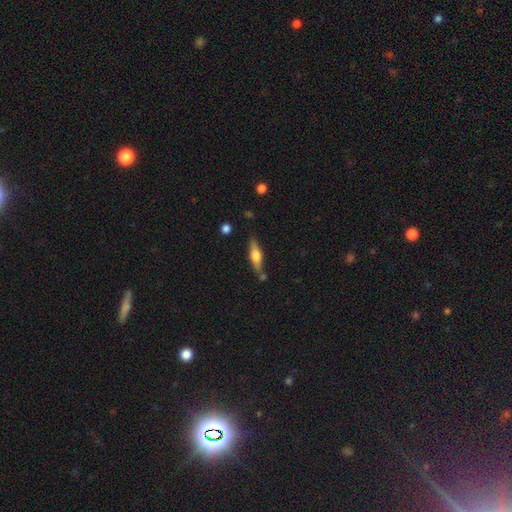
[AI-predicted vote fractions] Smooth or featured? featured or disk (53%)
Edge-on disk? yes (93%)
Merging? none (77%)